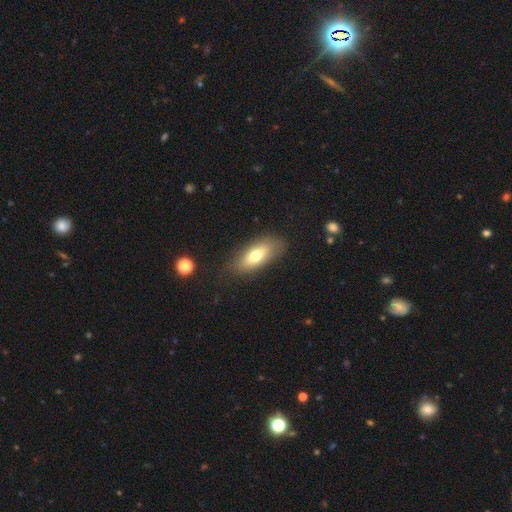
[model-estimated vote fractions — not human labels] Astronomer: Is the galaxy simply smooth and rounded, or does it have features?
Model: smooth — 71%.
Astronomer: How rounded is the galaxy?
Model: in between — 79%.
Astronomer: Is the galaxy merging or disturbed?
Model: none — 78%.